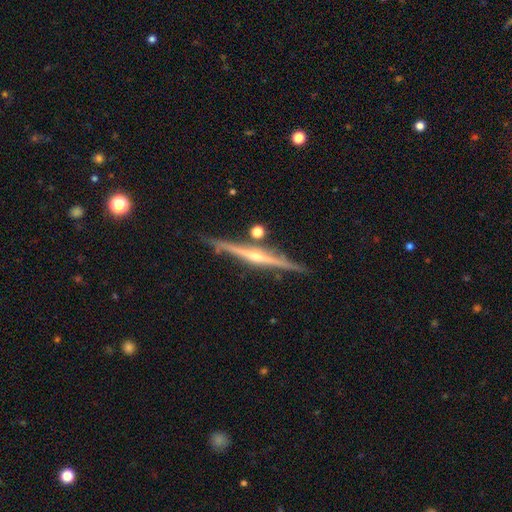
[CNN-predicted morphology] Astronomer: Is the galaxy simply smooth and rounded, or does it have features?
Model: featured or disk — 83%.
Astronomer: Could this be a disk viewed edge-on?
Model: yes — 98%.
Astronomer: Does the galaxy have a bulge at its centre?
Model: rounded — 82%.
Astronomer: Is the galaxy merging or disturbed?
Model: none — 83%.